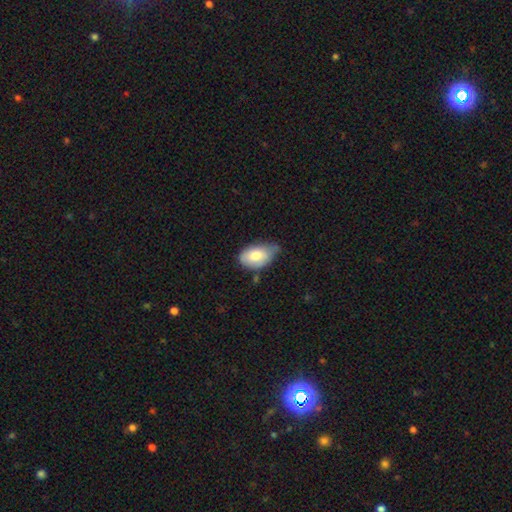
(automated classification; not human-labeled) This appears to be a smooth galaxy with no disk features (76%) that is in between round and cigar-shaped (92%). Merging: minor disturbance (50%).